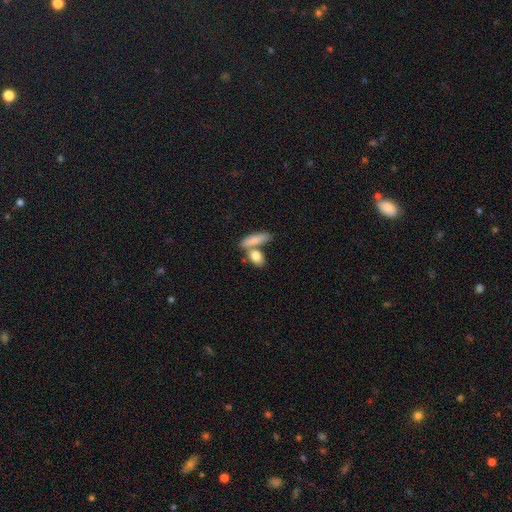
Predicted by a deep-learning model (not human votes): smooth_or_featured: smooth (p=0.82) [alt: featured or disk p=0.12]
how_rounded: in between (p=0.70) [alt: cigar-shaped p=0.17]
merging: none (p=0.49) [alt: merger p=0.35]